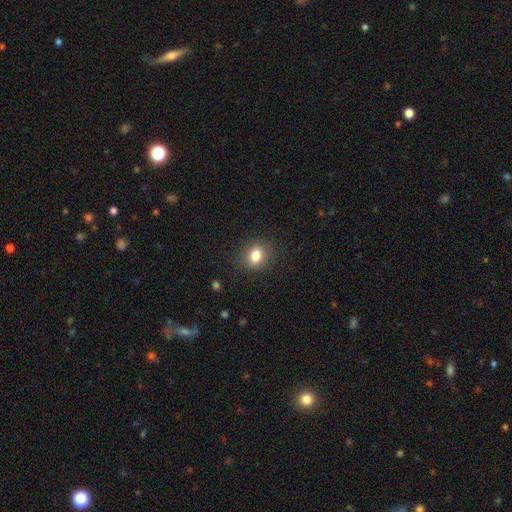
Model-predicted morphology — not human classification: A smooth galaxy with no disk features (82%) that is in between round and cigar-shaped (55%). Merging: none (87%).